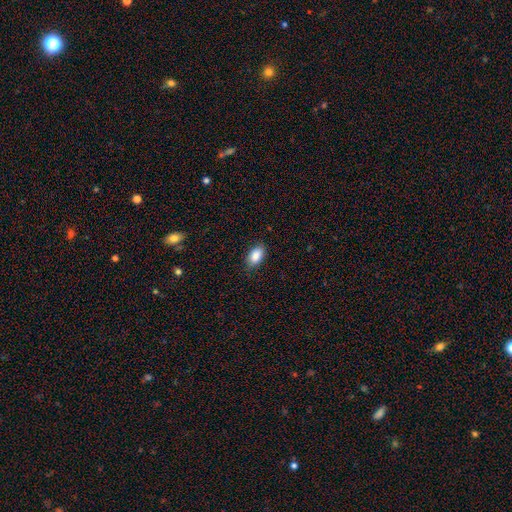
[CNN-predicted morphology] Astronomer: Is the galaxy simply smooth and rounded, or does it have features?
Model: smooth — 88%.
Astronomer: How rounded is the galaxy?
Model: in between — 90%.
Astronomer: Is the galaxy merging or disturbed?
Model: none — 84%.